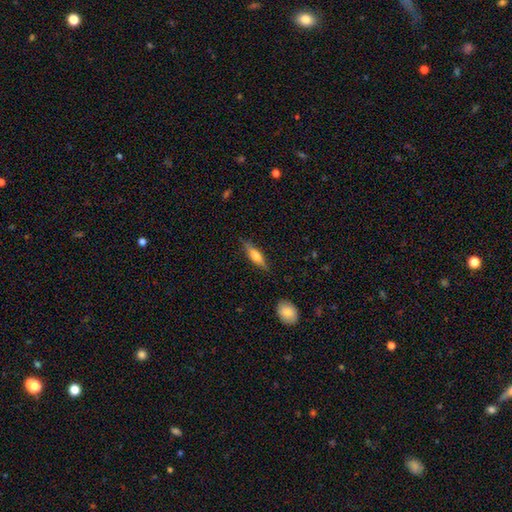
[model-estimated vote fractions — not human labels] smooth_or_featured: smooth (p=0.62) [alt: featured or disk p=0.31]
how_rounded: cigar-shaped (p=0.55) [alt: in between p=0.43]
merging: none (p=0.79) [alt: minor disturbance p=0.16]